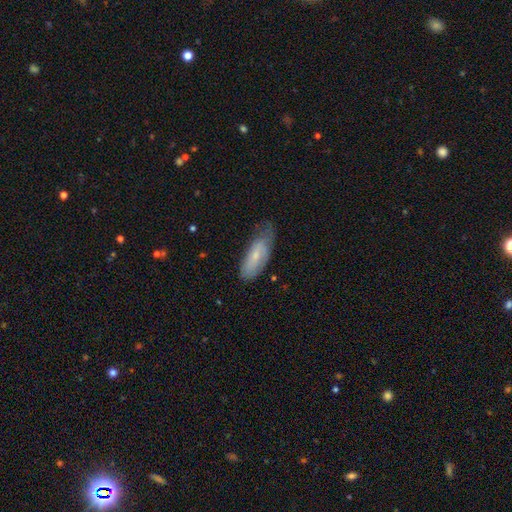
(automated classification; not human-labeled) Q: Smooth or featured?
A: smooth (63%); runner-up: featured or disk (30%)
Q: How rounded?
A: in between (70%); runner-up: cigar-shaped (28%)
Q: Merging?
A: none (48%); runner-up: minor disturbance (38%)